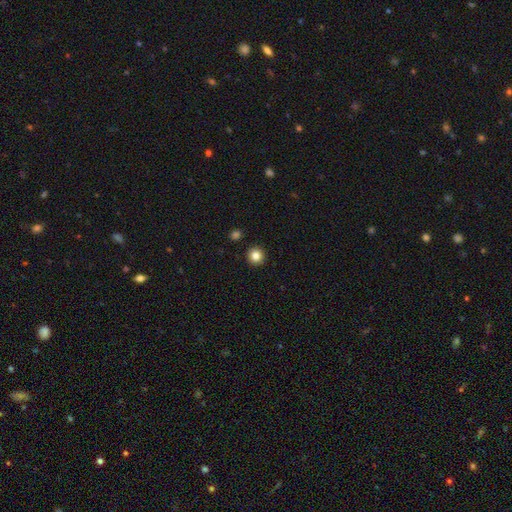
Smooth or featured? smooth (90%)
How rounded? round (100%)
Merging? none (89%)